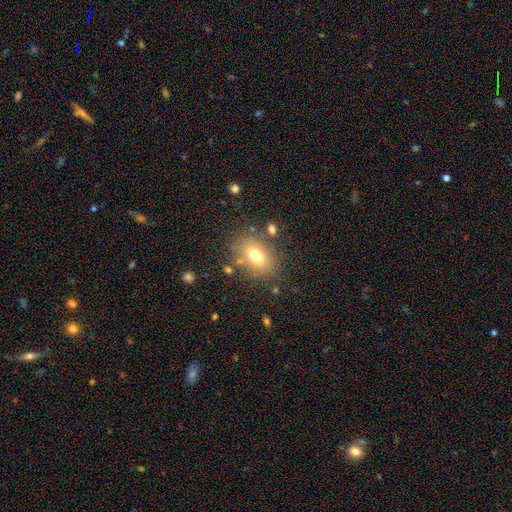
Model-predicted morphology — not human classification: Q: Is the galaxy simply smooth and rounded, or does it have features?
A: smooth — 72%.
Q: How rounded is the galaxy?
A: in between — 74%.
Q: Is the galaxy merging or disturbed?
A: none — 77%.